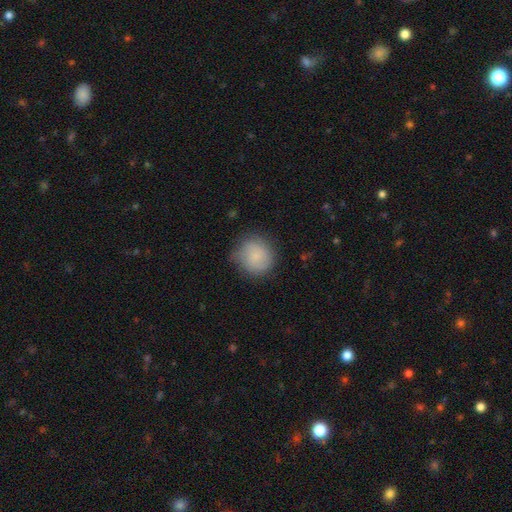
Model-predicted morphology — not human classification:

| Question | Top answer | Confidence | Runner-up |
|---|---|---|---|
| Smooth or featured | smooth | 75% | featured or disk (17%) |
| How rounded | round | 89% | in between (10%) |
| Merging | none | 70% | minor disturbance (22%) |